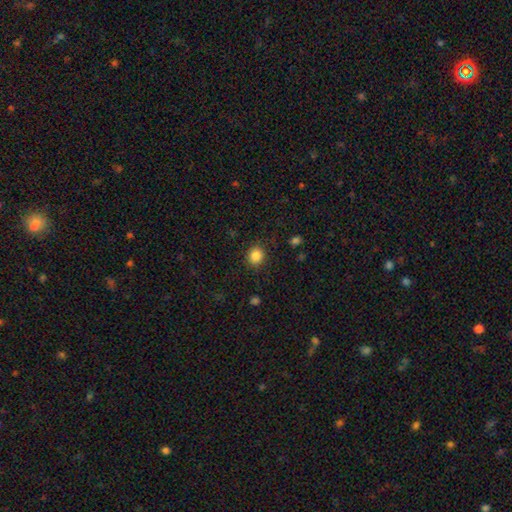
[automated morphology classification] smooth-or-featured: smooth: 86% | star or artifact: 10% | featured or disk: 4%
  how-rounded: round: 84% | in between: 15% | cigar-shaped: 1%
  merging: none: 88% | minor disturbance: 8% | major disturbance: 3% | merger: 1%